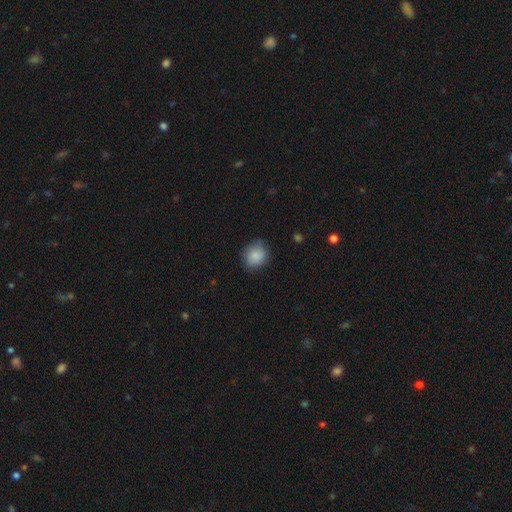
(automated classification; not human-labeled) This appears to be a smooth galaxy with no disk features (85%) that is round (74%). Merging: none (73%).